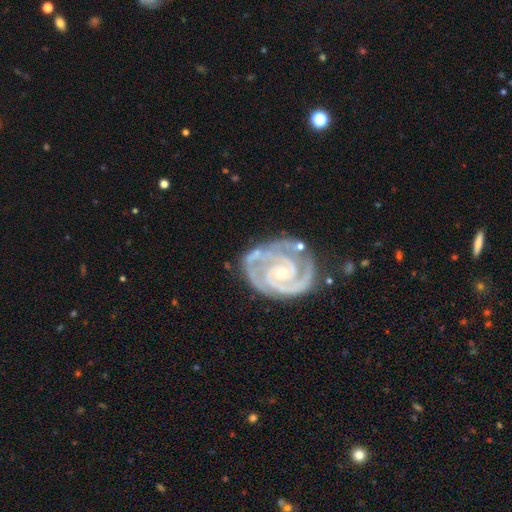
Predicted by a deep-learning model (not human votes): A featured or disk galaxy (91%) with no bar (61%), 2 (59%) tight (69%) spiral arms (98%) and a small central bulge (62%).

Vote fractions:
- Smooth or featured? featured or disk: 91% / star or artifact: 5% / smooth: 4%
- Edge-on disk? no: 98% / yes: 2%
- Bar? no: 61% / weak: 30% / strong: 9%
- Spiral arms? yes: 98% / no: 2%
- Spiral winding? tight: 69% / medium: 27% / loose: 4%
- Spiral arm count? 2: 59% / 3: 21% / can't tell: 8% / 4: 4% / 1: 4% / more than 4: 4%
- Bulge size? small: 62% / moderate: 33% / none: 2% / large: 2% / dominant: 1%
- Merging? none: 65% / minor disturbance: 20% / major disturbance: 9% / merger: 5%